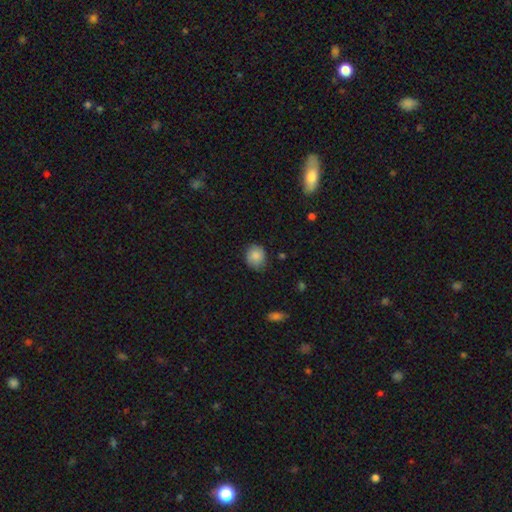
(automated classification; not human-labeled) Q: Smooth or featured?
A: smooth (86%); runner-up: star or artifact (8%)
Q: How rounded?
A: round (77%); runner-up: in between (22%)
Q: Merging?
A: none (80%); runner-up: minor disturbance (16%)